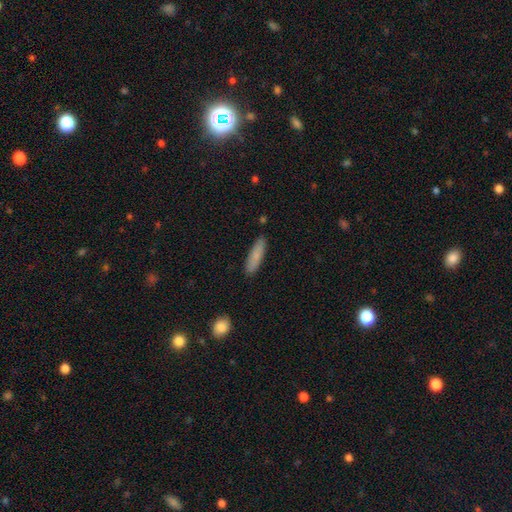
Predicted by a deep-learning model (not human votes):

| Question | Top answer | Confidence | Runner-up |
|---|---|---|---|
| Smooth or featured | smooth | 82% | featured or disk (12%) |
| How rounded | cigar-shaped | 70% | in between (29%) |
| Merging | none | 87% | minor disturbance (10%) |